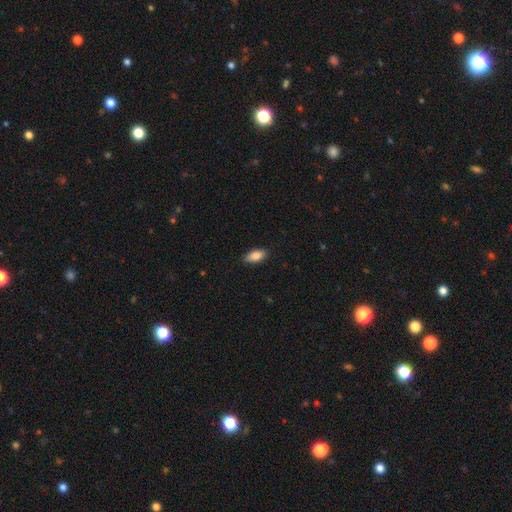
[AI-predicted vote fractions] Q: Smooth or featured?
A: smooth (86%); runner-up: featured or disk (8%)
Q: How rounded?
A: in between (89%); runner-up: cigar-shaped (8%)
Q: Merging?
A: none (88%); runner-up: minor disturbance (9%)